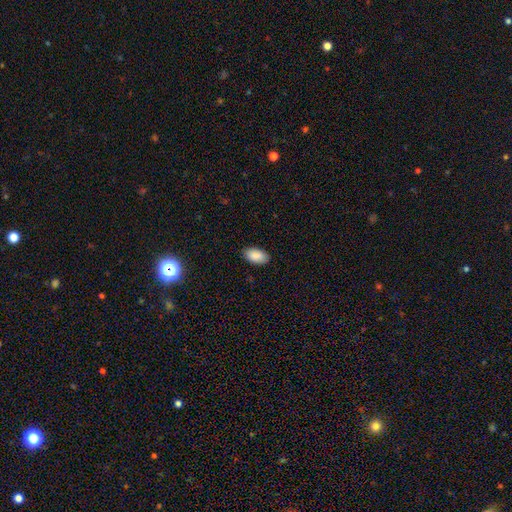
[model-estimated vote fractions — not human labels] smooth_or_featured: smooth (p=0.90) [alt: star or artifact p=0.06]
how_rounded: in between (p=0.95) [alt: round p=0.03]
merging: none (p=0.87) [alt: minor disturbance p=0.09]